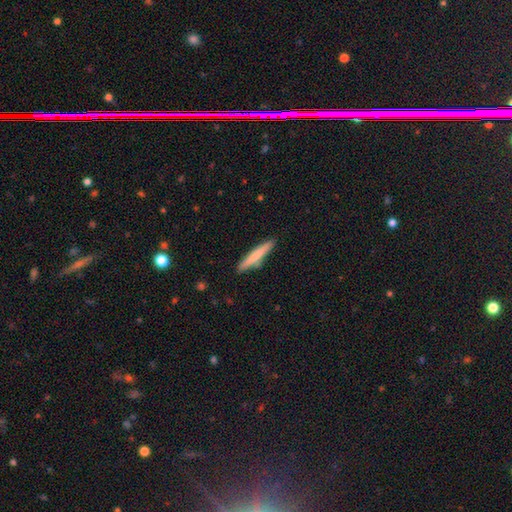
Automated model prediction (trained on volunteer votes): This appears to be a smooth galaxy with no disk features (68%) that is cigar-shaped (94%). Merging: none (87%).